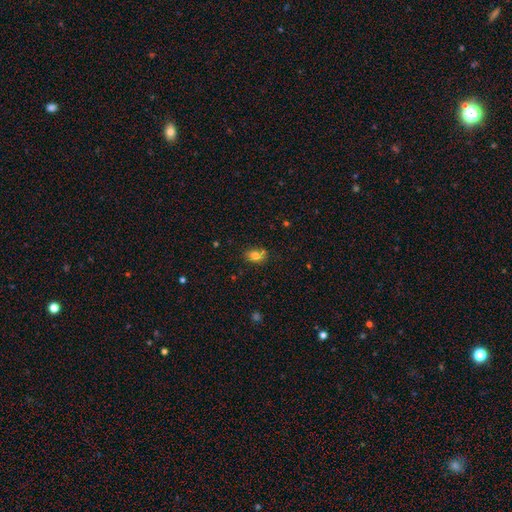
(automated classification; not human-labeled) smooth_or_featured: smooth (p=0.79) [alt: star or artifact p=0.12]
how_rounded: in between (p=0.72) [alt: round p=0.27]
merging: none (p=0.64) [alt: minor disturbance p=0.16]